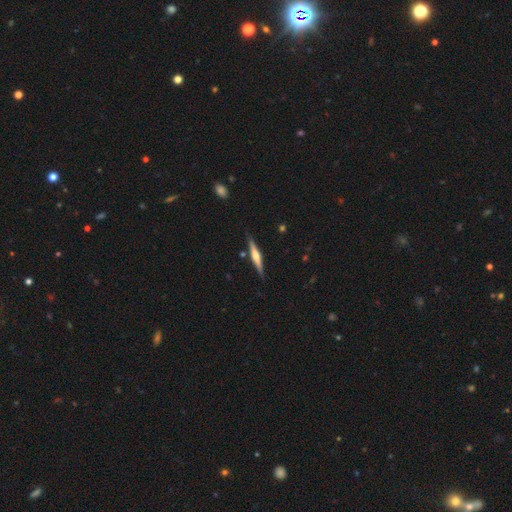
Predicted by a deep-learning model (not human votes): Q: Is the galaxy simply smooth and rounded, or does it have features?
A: featured or disk — 64%.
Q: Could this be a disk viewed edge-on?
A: yes — 97%.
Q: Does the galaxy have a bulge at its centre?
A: rounded — 74%.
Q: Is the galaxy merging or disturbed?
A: none — 86%.